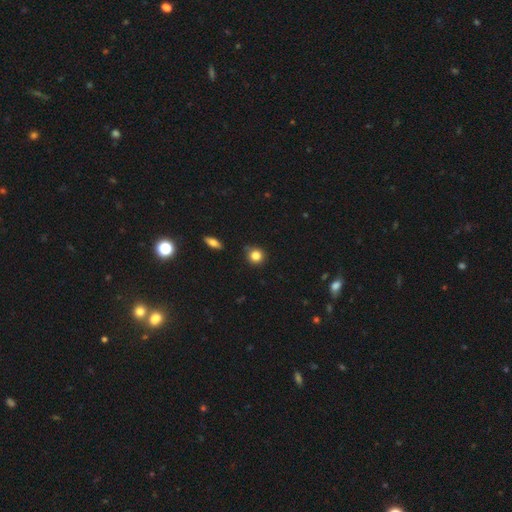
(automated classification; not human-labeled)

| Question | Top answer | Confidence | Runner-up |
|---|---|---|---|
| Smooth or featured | smooth | 83% | star or artifact (11%) |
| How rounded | round | 90% | in between (9%) |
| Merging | none | 83% | minor disturbance (12%) |